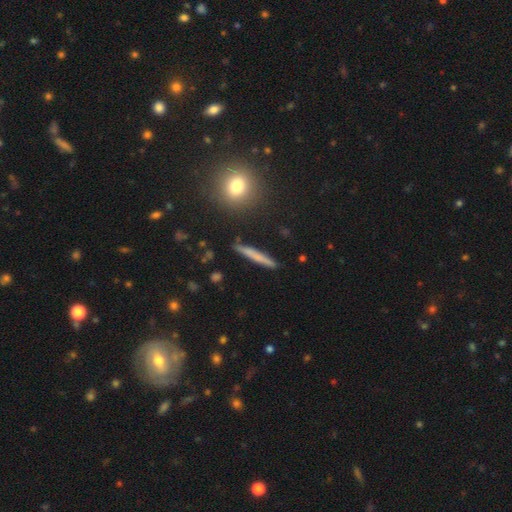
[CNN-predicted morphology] The model was most divided on "smooth or featured": smooth: 63%, featured or disk: 30%, star or artifact: 7%. More confident: how rounded — cigar-shaped (94%); merging — none (91%).